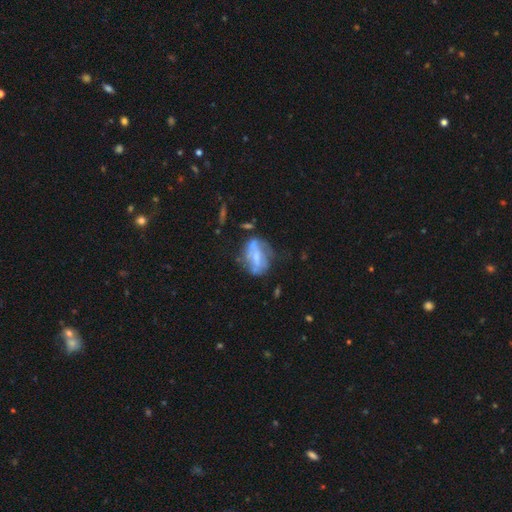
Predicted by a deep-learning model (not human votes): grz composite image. It shows a featured or disk galaxy (52%). Merging: none (44%).